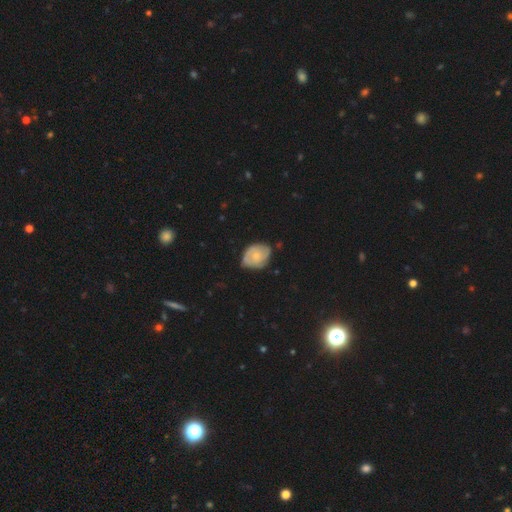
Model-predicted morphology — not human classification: smooth-or-featured: featured or disk: 55% | smooth: 39% | star or artifact: 6%
  disk-edge-on: no: 97% | yes: 3%
    bar: no: 77% | weak: 20% | strong: 3%
    has-spiral-arms: yes: 79% | no: 21%
    bulge-size: small: 54% | moderate: 37% | none: 6% | large: 2% | dominant: 1%
  merging: none: 63% | minor disturbance: 29% | major disturbance: 6% | merger: 2%